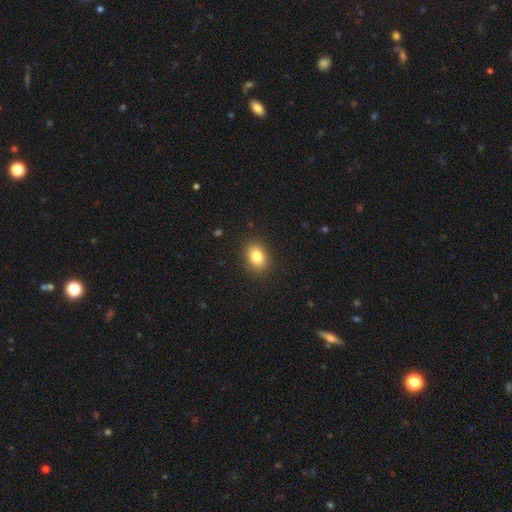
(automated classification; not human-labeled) smooth-or-featured: smooth: 82% | star or artifact: 10% | featured or disk: 8%
  how-rounded: in between: 64% | round: 35% | cigar-shaped: 1%
  merging: none: 88% | minor disturbance: 8% | major disturbance: 2% | merger: 1%